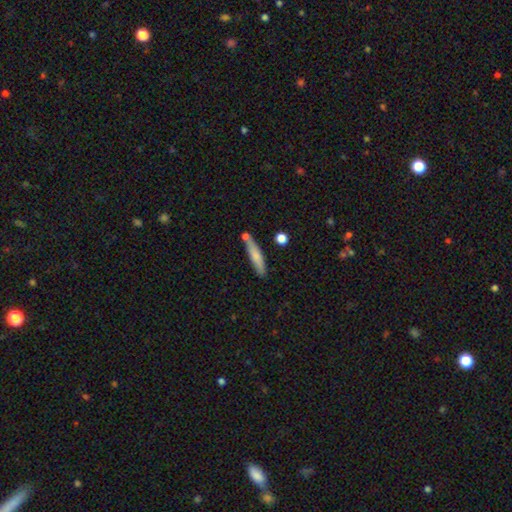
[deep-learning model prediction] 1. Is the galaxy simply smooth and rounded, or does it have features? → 70% smooth, 24% featured or disk, 6% star or artifact.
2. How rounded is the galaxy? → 88% cigar-shaped, 11% in between, 2% round.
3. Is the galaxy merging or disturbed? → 71% none, 15% minor disturbance, 11% merger, 3% major disturbance.